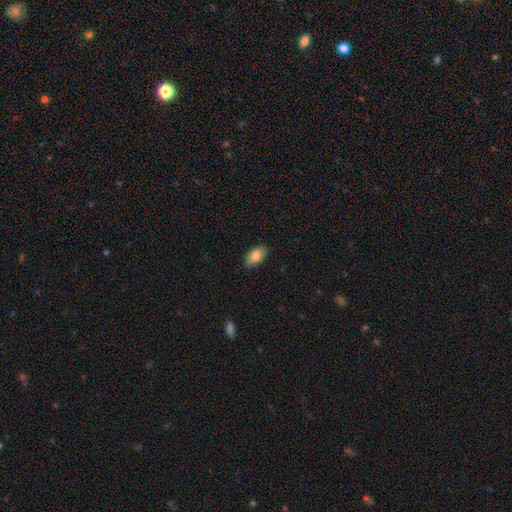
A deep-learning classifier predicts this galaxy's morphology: This is clearly a smooth galaxy (84%). How rounded: clearly in between (94%). Merging: clearly none (86%).